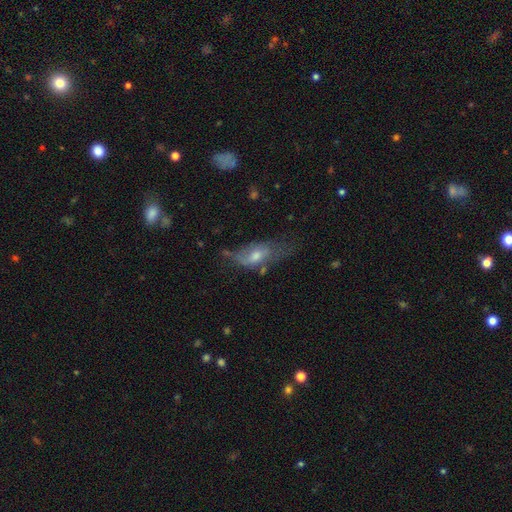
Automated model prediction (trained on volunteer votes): Smooth or featured?
  - featured or disk: 45% * (tied)
  - smooth: 45% * (tied)
  - star or artifact: 10%
Merging?
  - none: 40% *
  - minor disturbance: 30%
  - major disturbance: 25%
  - merger: 5%